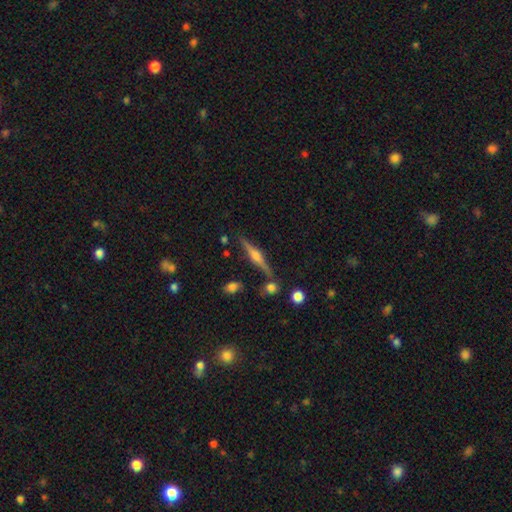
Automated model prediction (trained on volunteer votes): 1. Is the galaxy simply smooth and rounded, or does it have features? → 79% featured or disk, 14% smooth, 7% star or artifact.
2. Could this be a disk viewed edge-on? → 98% yes, 2% no.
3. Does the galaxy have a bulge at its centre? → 92% rounded, 5% boxy, 3% none.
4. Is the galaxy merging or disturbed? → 84% none, 9% minor disturbance, 5% merger, 2% major disturbance.